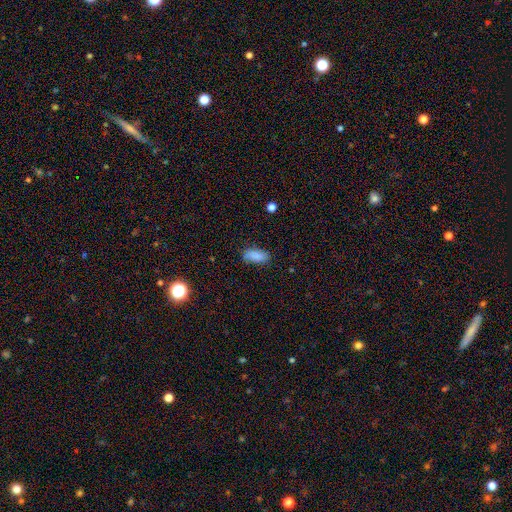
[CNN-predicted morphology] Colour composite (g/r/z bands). It shows a smooth galaxy with no disk features (83%) that is in between round and cigar-shaped (89%). Merging: none (73%).